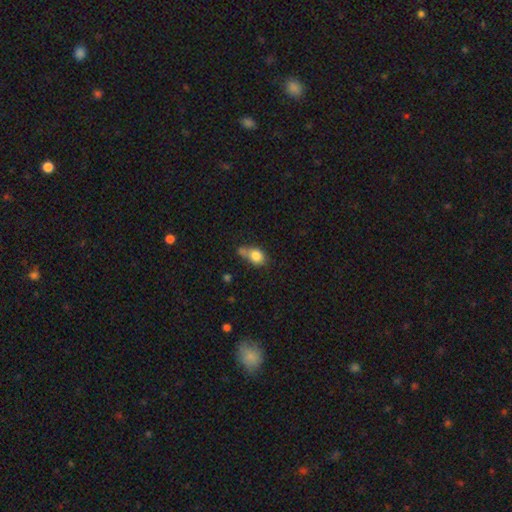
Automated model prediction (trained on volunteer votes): A smooth galaxy with no disk features (80%) that is in between round and cigar-shaped (54%). Merging: none (38%).